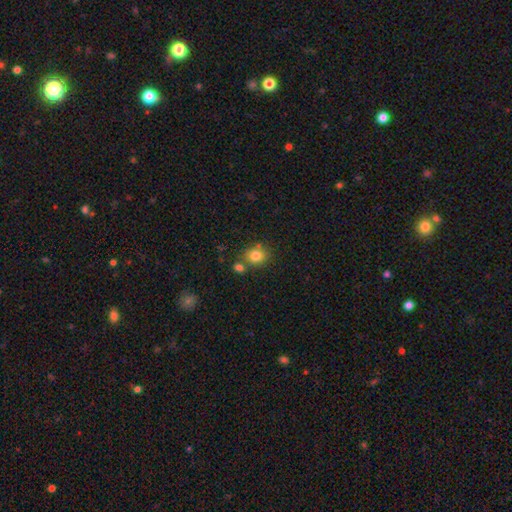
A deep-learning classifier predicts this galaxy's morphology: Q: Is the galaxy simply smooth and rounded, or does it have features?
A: smooth — 81%.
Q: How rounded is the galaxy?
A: round — 68%.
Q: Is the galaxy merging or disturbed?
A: none — 68%.